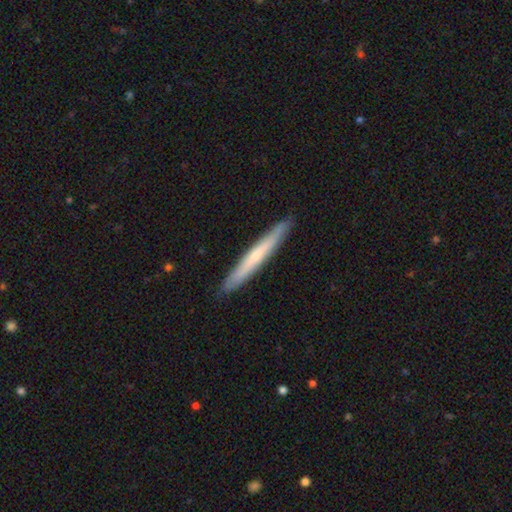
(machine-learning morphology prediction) smooth-or-featured: smooth: 52% | featured or disk: 43% | star or artifact: 5%
  how-rounded: cigar-shaped: 97% | in between: 2% | round: 1%
  merging: none: 91% | minor disturbance: 7% | major disturbance: 1% | merger: 1%